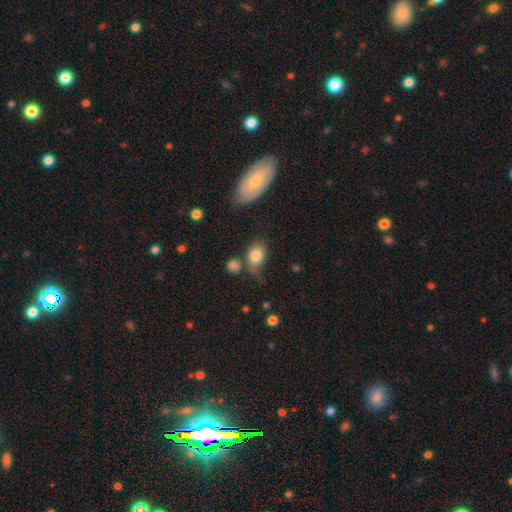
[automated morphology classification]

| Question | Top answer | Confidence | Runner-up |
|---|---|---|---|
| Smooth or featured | smooth | 81% | featured or disk (11%) |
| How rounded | in between | 79% | round (19%) |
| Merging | none | 51% | minor disturbance (26%) |